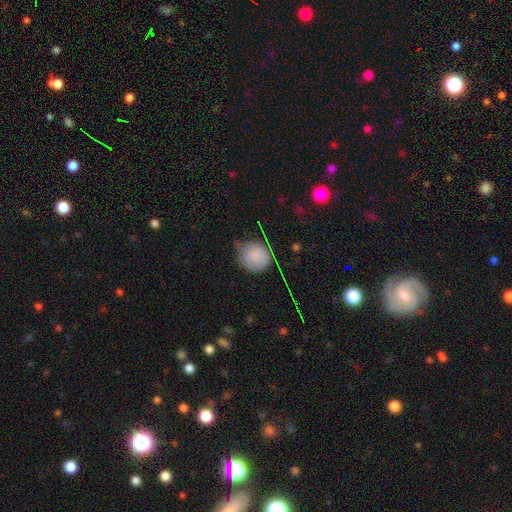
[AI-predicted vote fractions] smooth 82%, star or artifact 9%, featured or disk 9%. Down the decision tree: how rounded — round (83%); merging — none (48%).